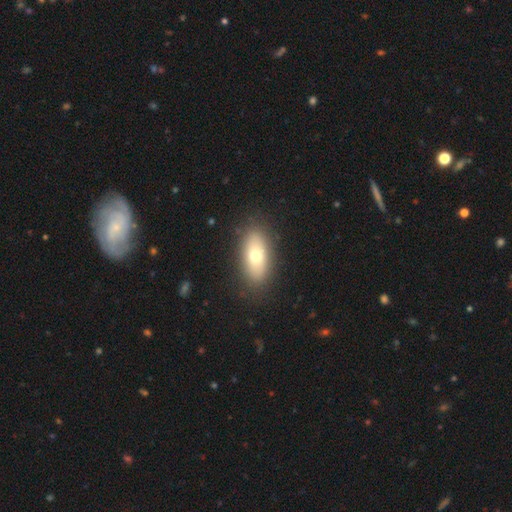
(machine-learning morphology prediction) The model was most divided on "smooth or featured": smooth: 69%, featured or disk: 23%, star or artifact: 8%. More confident: merging — none (87%); how rounded — in between (86%).